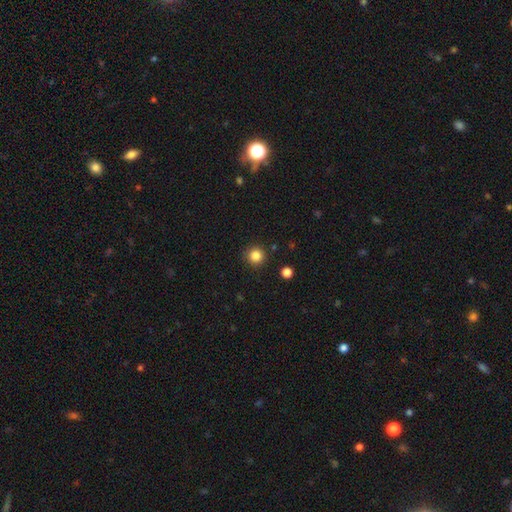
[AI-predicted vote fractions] Overall: smooth (85%). How rounded: round (94%). Merging: none (90%).